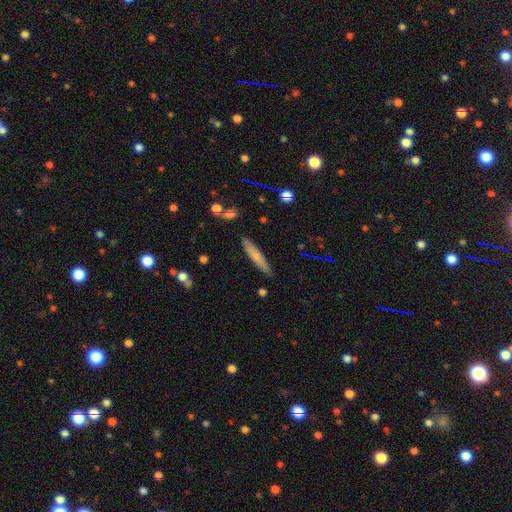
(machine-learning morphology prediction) A smooth galaxy with no disk features (69%) that is cigar-shaped (91%).

Vote fractions:
- Smooth or featured? smooth: 69% / featured or disk: 24% / star or artifact: 7%
- How rounded? cigar-shaped: 91% / in between: 7% / round: 1%
- Merging? none: 88% / minor disturbance: 8% / merger: 2% / major disturbance: 2%